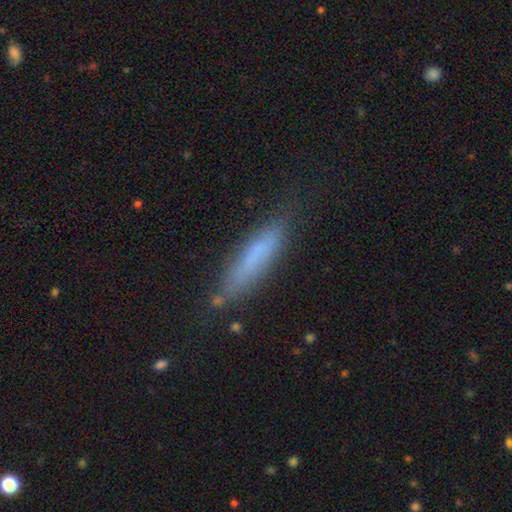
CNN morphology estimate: Smooth or featured? smooth (69%)
How rounded? cigar-shaped (85%)
Merging? none (75%)